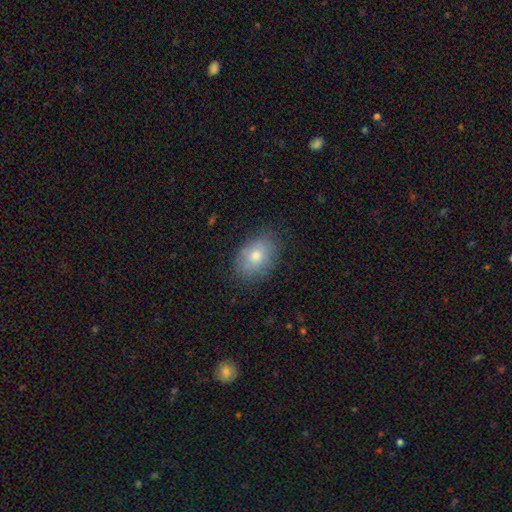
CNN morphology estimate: type=smooth (76%); roundness=in between (79%); merging=none (81%).